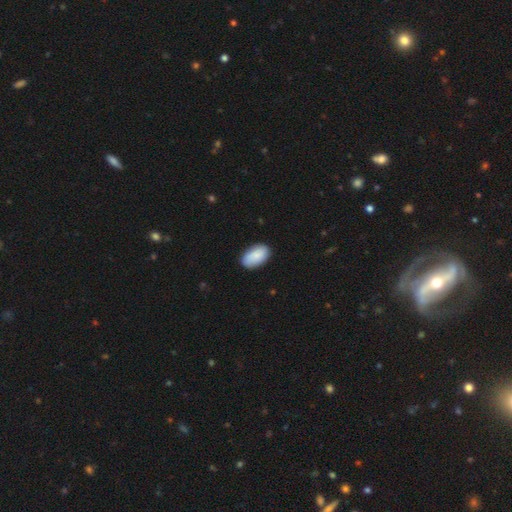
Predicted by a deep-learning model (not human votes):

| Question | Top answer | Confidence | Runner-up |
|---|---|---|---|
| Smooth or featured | smooth | 87% | featured or disk (7%) |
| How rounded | in between | 94% | round (4%) |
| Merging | none | 87% | minor disturbance (11%) |